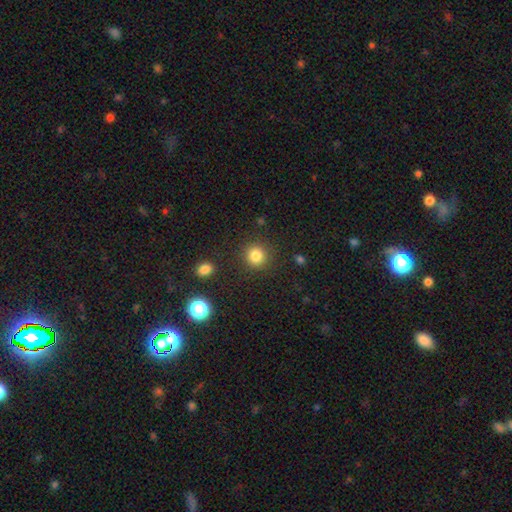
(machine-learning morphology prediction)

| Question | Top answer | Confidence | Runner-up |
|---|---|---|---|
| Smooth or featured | smooth | 83% | star or artifact (12%) |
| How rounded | round | 92% | in between (8%) |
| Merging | none | 88% | minor disturbance (7%) |